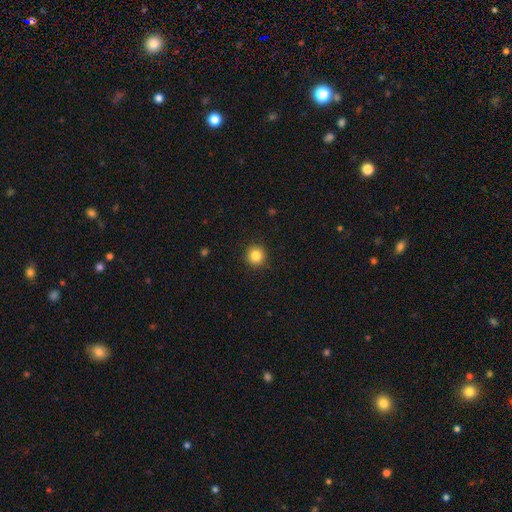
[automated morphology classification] smooth_or_featured: smooth (p=0.85) [alt: star or artifact p=0.10]
how_rounded: round (p=0.95) [alt: in between p=0.04]
merging: none (p=0.92) [alt: minor disturbance p=0.05]